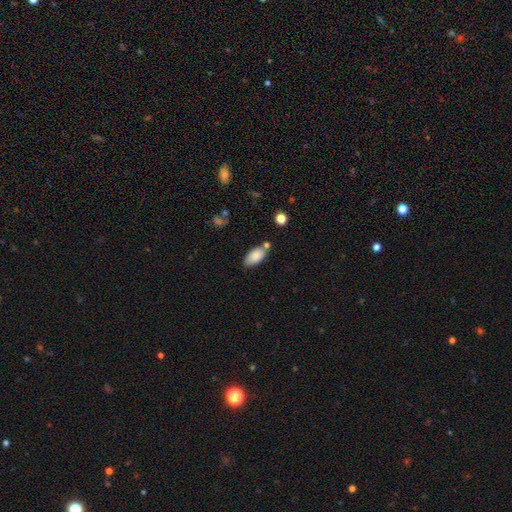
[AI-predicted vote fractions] Smooth or featured: smooth — 86% (featured or disk — 7%)
How rounded: in between — 92% (cigar-shaped — 6%)
Merging: none — 67% (minor disturbance — 19%)